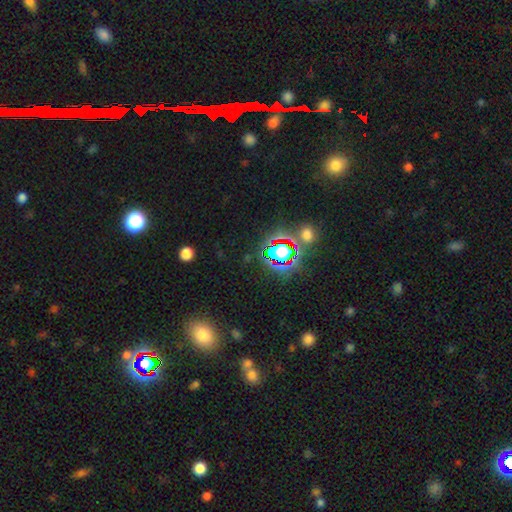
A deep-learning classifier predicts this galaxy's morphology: A star or artifact, not a galaxy (70%).